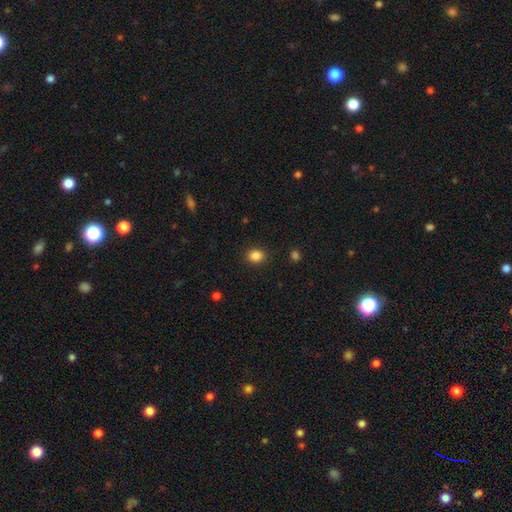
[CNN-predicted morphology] smooth_or_featured: smooth (p=0.87) [alt: star or artifact p=0.10]
how_rounded: round (p=0.54) [alt: in between p=0.45]
merging: none (p=0.88) [alt: minor disturbance p=0.08]